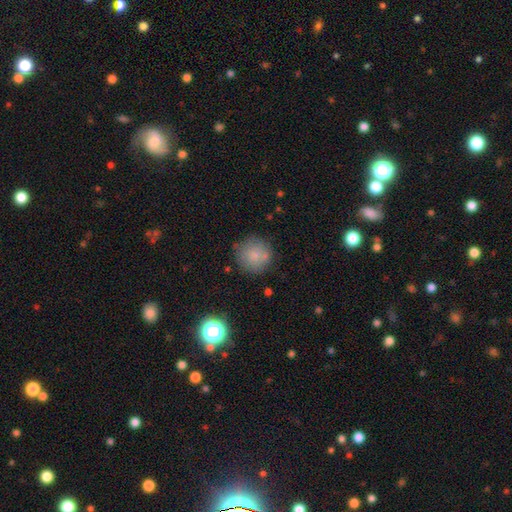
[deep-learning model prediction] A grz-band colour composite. It shows a smooth galaxy with no disk features (80%) that is round (94%). Merging: none (76%).